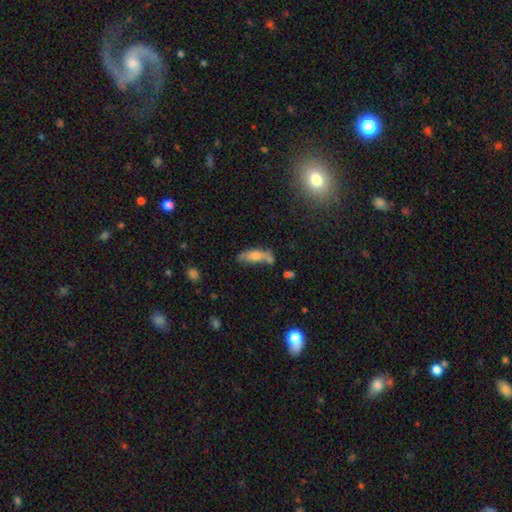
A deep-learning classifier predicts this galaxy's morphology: A smooth galaxy with no disk features (56%) that is in between round and cigar-shaped (54%). Merging: none (44%).